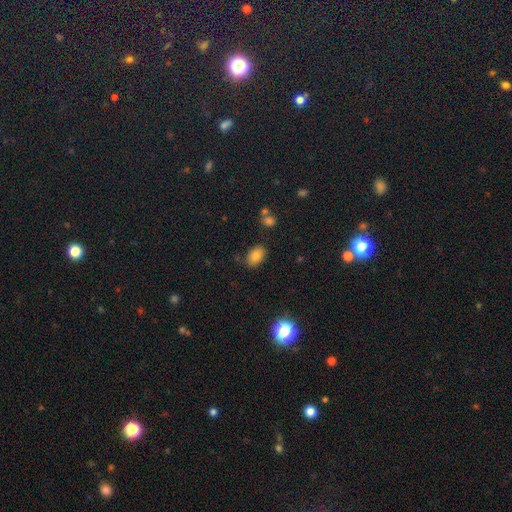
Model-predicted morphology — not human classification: This is clearly a smooth galaxy (80%). How rounded: clearly in between (84%). Merging: clearly none (81%).